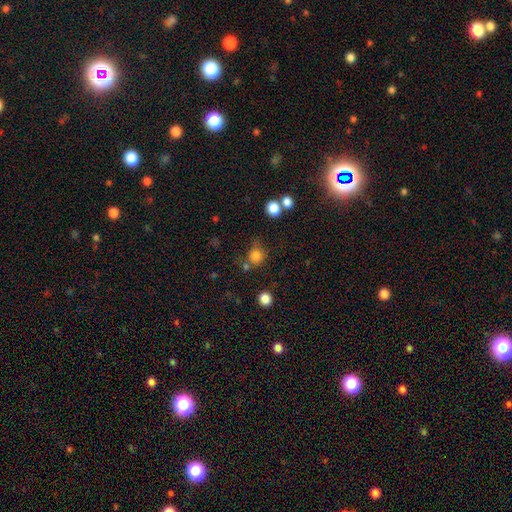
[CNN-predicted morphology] This appears to be a smooth galaxy with no disk features (80%) that is round (84%). Merging: none (61%).